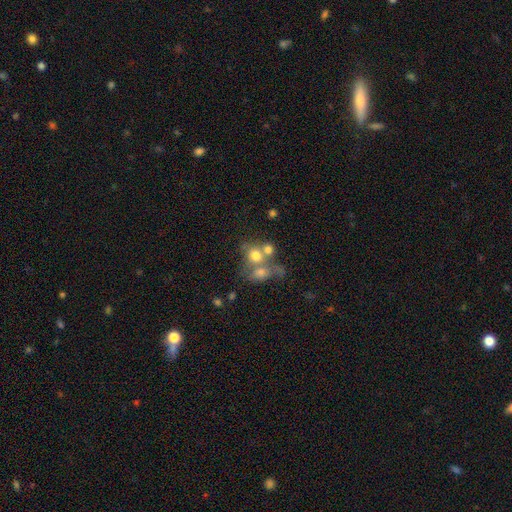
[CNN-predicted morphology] smooth-or-featured: smooth: 68% | featured or disk: 19% | star or artifact: 13%
  how-rounded: round: 66% | in between: 32% | cigar-shaped: 1%
  merging: merger: 51% | none: 30% | minor disturbance: 10% | major disturbance: 9%